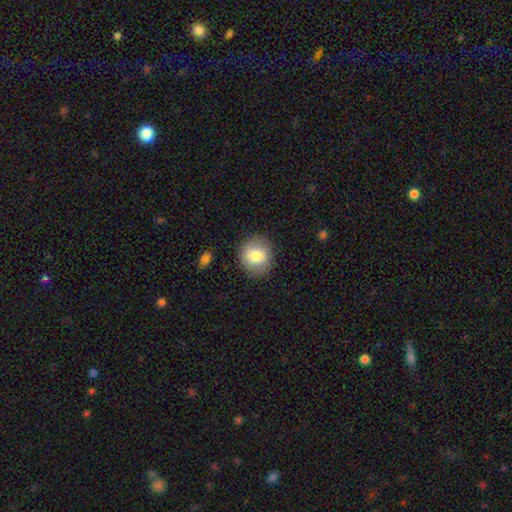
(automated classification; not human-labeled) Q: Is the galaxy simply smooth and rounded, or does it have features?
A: smooth — 83%.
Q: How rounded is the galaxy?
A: round — 83%.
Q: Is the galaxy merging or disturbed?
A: none — 86%.